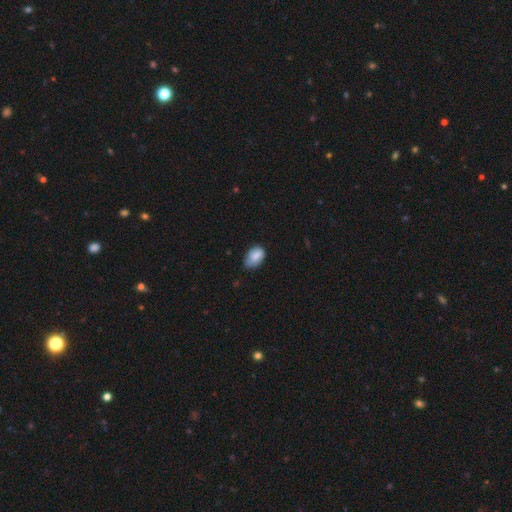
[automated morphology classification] type=smooth (83%); roundness=in between (87%); merging=none (52%).